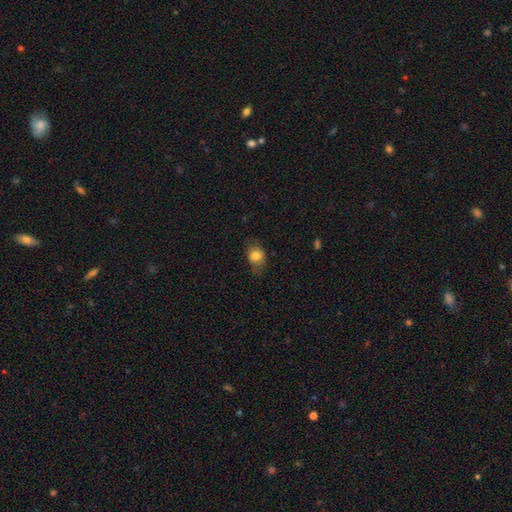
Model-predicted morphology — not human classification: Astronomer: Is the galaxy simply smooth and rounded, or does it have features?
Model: smooth — 81%.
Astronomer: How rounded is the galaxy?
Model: in between — 54% (runner-up: round, 44%).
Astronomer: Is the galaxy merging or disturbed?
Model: none — 69%.